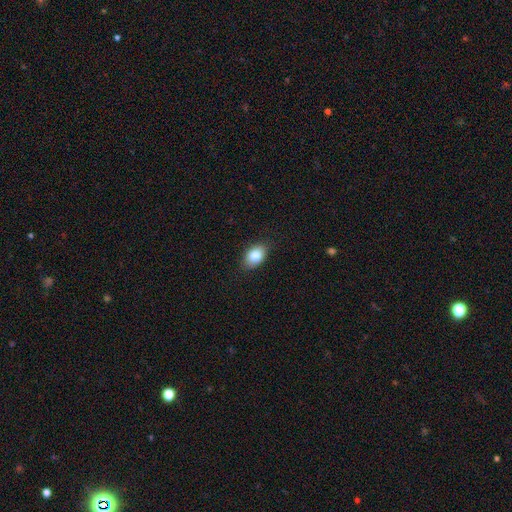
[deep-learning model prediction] This is clearly a smooth galaxy (83%). How rounded: clearly in between (85%). Merging: clearly none (85%).